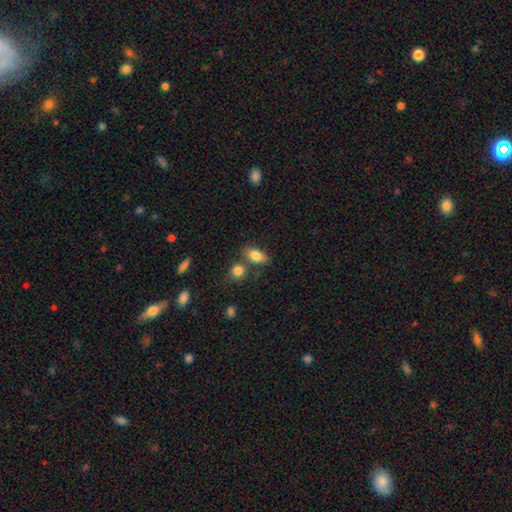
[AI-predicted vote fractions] smooth-or-featured: smooth: 82% | featured or disk: 10% | star or artifact: 8%
  how-rounded: in between: 86% | round: 9% | cigar-shaped: 6%
  merging: none: 66% | merger: 17% | minor disturbance: 13% | major disturbance: 4%